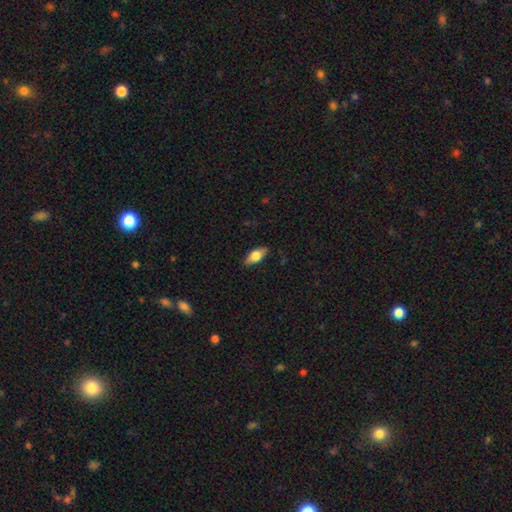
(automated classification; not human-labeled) Smooth or featured? Predicted: smooth (p=0.68). How rounded? Predicted: in between (p=0.83). Merging? Predicted: none (p=0.86).